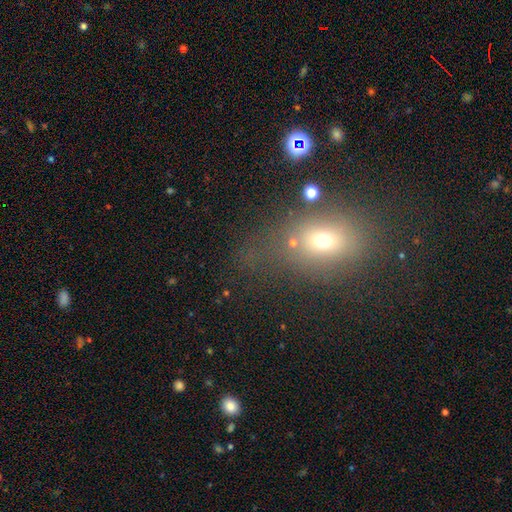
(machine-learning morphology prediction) Smooth or featured? Predicted: smooth (p=0.55). How rounded? Predicted: in between (p=0.60). Merging? Predicted: none (p=0.55).